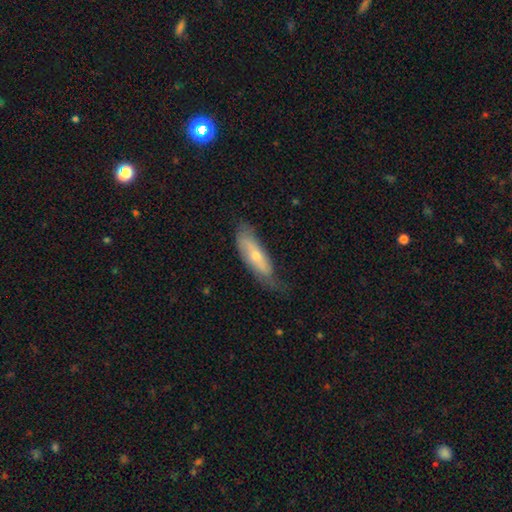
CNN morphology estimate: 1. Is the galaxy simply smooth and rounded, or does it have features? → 49% featured or disk, 44% smooth, 7% star or artifact.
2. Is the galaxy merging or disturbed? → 57% none, 31% minor disturbance, 10% major disturbance, 2% merger.